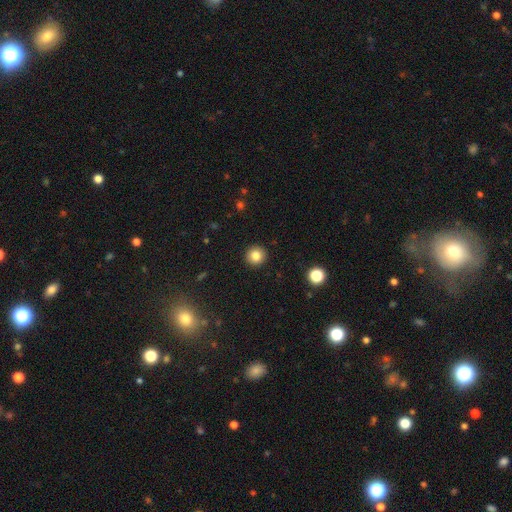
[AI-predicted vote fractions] Overall: smooth (84%). How rounded: round (95%). Merging: none (93%).